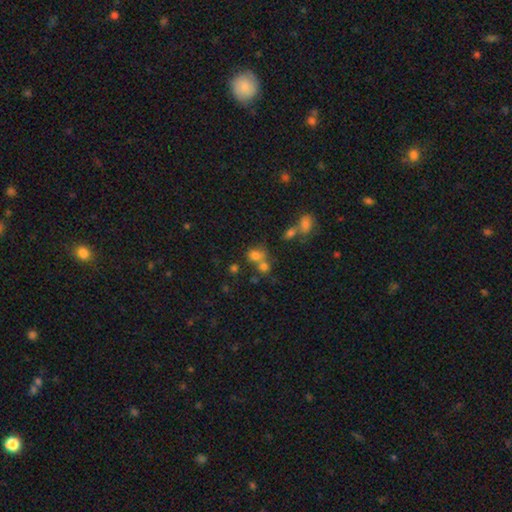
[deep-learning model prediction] Smooth or featured? Predicted: smooth (p=0.68). How rounded? Predicted: round (p=0.56). Merging? Predicted: merger (p=0.44).